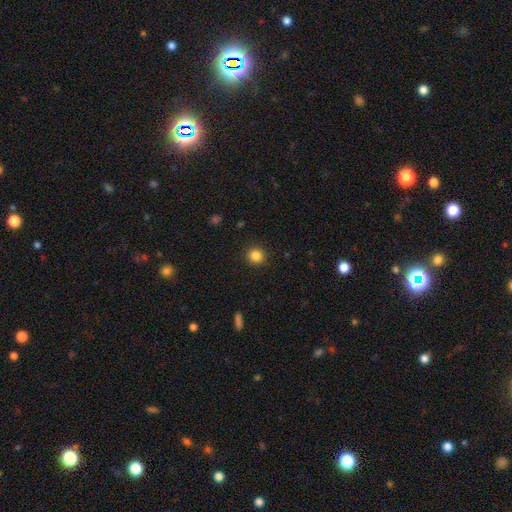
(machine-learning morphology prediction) Smooth or featured: smooth — 84% (star or artifact — 11%)
How rounded: round — 92% (in between — 7%)
Merging: none — 92% (minor disturbance — 5%)